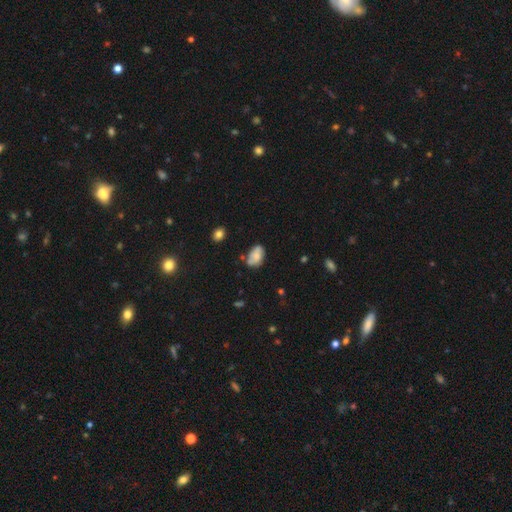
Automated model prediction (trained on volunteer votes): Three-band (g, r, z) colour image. It shows a smooth galaxy with no disk features (63%) that is in between round and cigar-shaped (88%). Merging: none (51%).